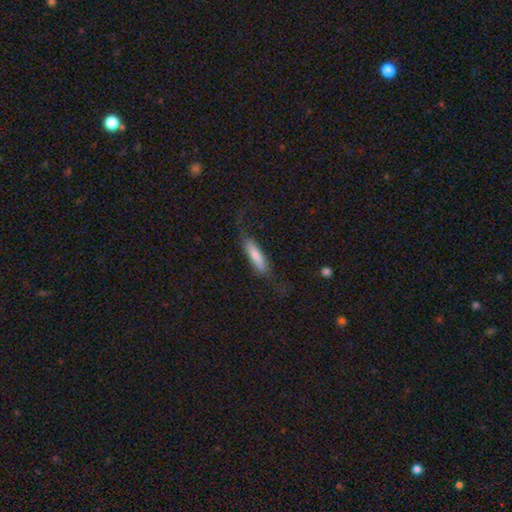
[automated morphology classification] This is likely a smooth galaxy (69%). How rounded: likely cigar-shaped (72%). Merging: possibly none (59%).